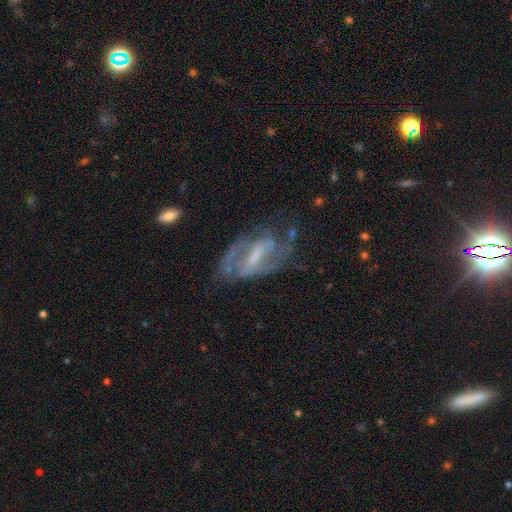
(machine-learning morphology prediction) This is clearly a featured or disk galaxy (84%). It is clearly not viewed edge-on (94%). Bar: possibly strong (48%). Spiral arm pattern: clearly yes (90%). Spiral arm count: likely 2 (72%). Spiral winding: possibly medium (52%). Central bulge: marginally small (36%). Merging: possibly none (59%).